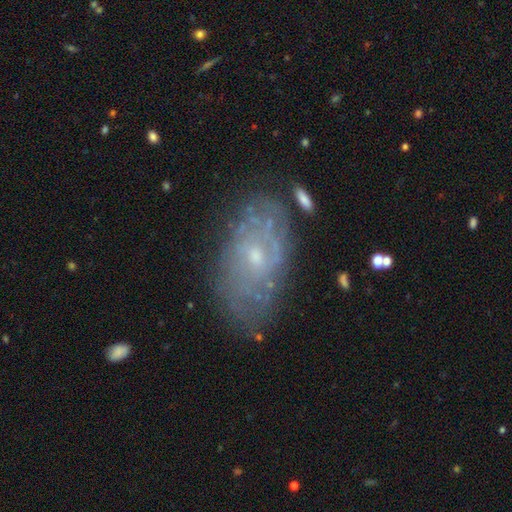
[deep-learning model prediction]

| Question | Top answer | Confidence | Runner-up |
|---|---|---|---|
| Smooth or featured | featured or disk | 70% | smooth (21%) |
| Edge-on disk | no | 93% | yes (7%) |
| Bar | no | 66% | weak (29%) |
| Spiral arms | yes | 78% | no (22%) |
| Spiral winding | tight | 67% | medium (24%) |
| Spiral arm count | can't tell | 64% | 2 (13%) |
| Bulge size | small | 70% | moderate (26%) |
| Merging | none | 75% | minor disturbance (17%) |